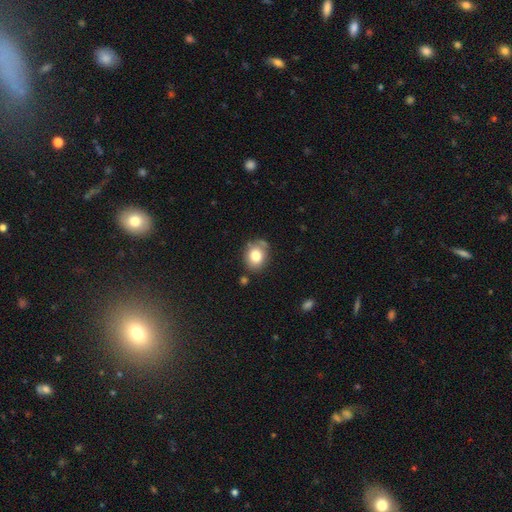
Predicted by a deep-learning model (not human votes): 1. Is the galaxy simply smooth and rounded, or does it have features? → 79% smooth, 11% featured or disk, 10% star or artifact.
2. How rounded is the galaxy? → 58% round, 41% in between, 1% cigar-shaped.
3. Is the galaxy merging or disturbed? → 71% none, 18% minor disturbance, 6% merger, 4% major disturbance.